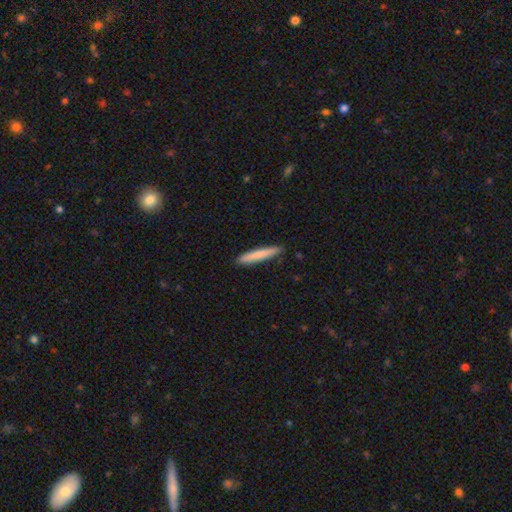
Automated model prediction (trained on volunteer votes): Smooth or featured? Predicted: smooth (p=0.80). How rounded? Predicted: cigar-shaped (p=0.94). Merging? Predicted: none (p=0.90).